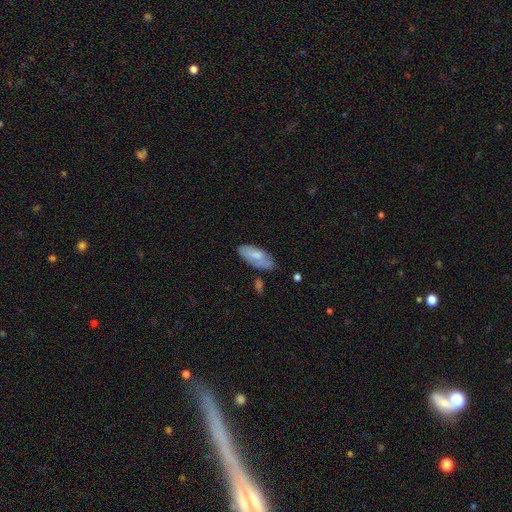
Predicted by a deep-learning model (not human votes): Q: Smooth or featured?
A: smooth (71%); runner-up: featured or disk (23%)
Q: How rounded?
A: in between (87%); runner-up: cigar-shaped (12%)
Q: Merging?
A: none (65%); runner-up: minor disturbance (25%)